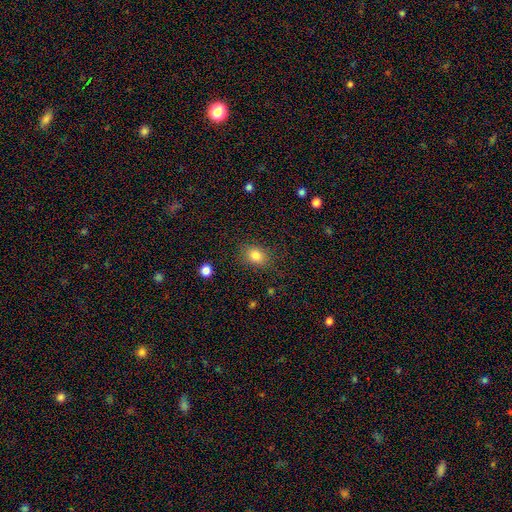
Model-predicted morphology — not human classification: A smooth galaxy with no disk features (82%) that is in between round and cigar-shaped (60%).

Vote fractions:
- Smooth or featured? smooth: 82% / star or artifact: 11% / featured or disk: 7%
- How rounded? in between: 60% / round: 39% / cigar-shaped: 1%
- Merging? none: 83% / minor disturbance: 12% / major disturbance: 4% / merger: 1%